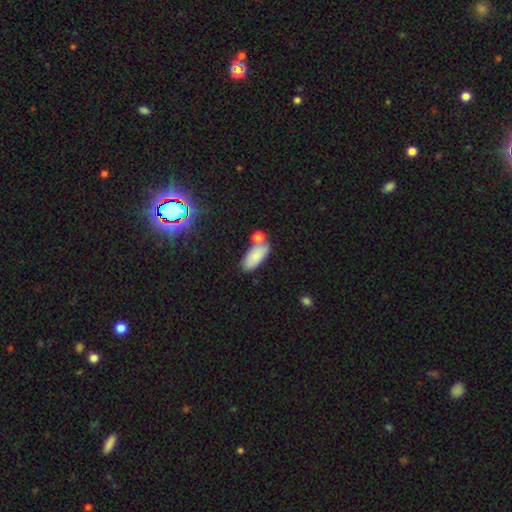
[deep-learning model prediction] A smooth galaxy with no disk features (82%) that is in between round and cigar-shaped (83%).

Vote fractions:
- Smooth or featured? smooth: 82% / featured or disk: 10% / star or artifact: 8%
- How rounded? in between: 83% / cigar-shaped: 14% / round: 3%
- Merging? none: 58% / merger: 23% / minor disturbance: 15% / major disturbance: 4%